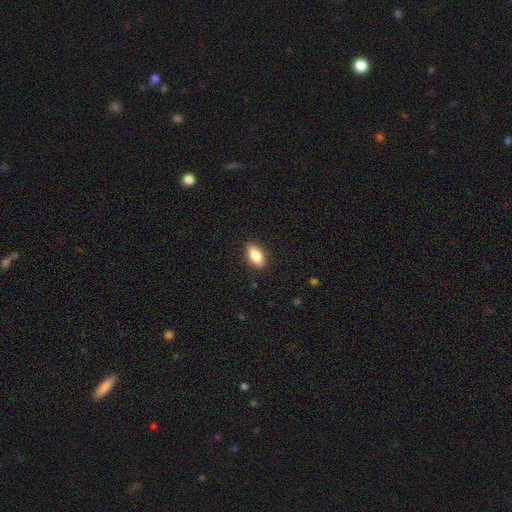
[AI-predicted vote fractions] smooth 82%, featured or disk 11%, star or artifact 7%. Down the decision tree: how rounded — in between (86%); merging — none (87%).